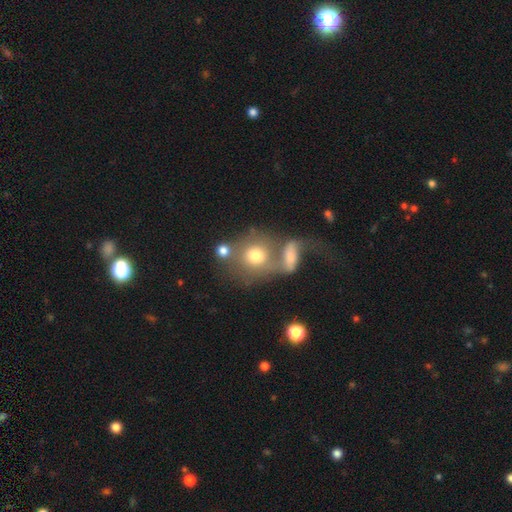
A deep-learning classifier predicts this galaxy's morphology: Smooth or featured: smooth — 67% (featured or disk — 22%)
How rounded: round — 75% (in between — 23%)
Merging: merger — 46% (none — 32%)